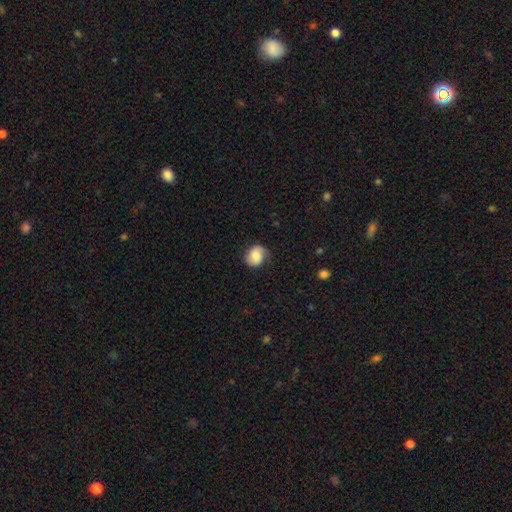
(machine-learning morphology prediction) This appears to be a smooth galaxy with no disk features (67%) that is round (65%). Merging: none (66%).